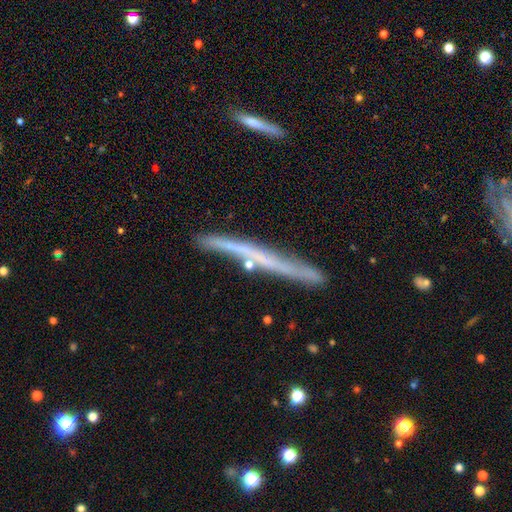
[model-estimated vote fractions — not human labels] Smooth or featured: featured or disk — 64% (smooth — 29%)
Edge-on disk: yes — 92% (no — 8%)
Edge-on bulge: none — 79% (rounded — 17%)
Merging: none — 79% (minor disturbance — 15%)